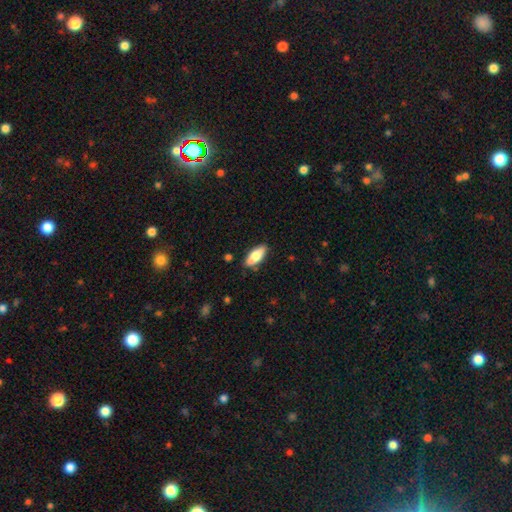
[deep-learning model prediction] Smooth or featured? Predicted: smooth (p=0.75). How rounded? Predicted: in between (p=0.73). Merging? Predicted: none (p=0.85).